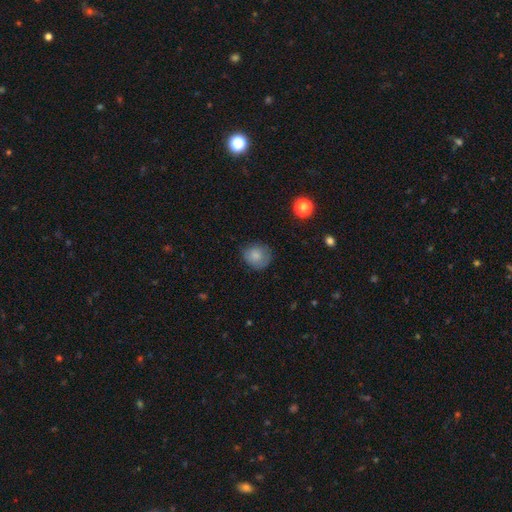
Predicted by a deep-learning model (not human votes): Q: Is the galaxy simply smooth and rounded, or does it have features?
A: smooth — 80%.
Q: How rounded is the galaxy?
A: round — 82%.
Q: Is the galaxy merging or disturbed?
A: none — 72%.